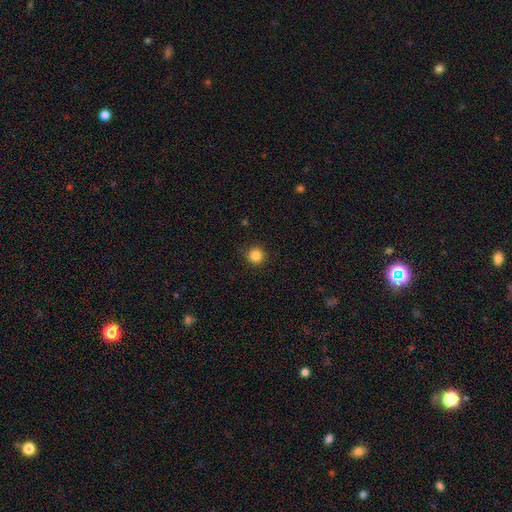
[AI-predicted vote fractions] Q: Smooth or featured?
A: smooth (85%); runner-up: star or artifact (11%)
Q: How rounded?
A: round (95%); runner-up: in between (4%)
Q: Merging?
A: none (91%); runner-up: minor disturbance (6%)